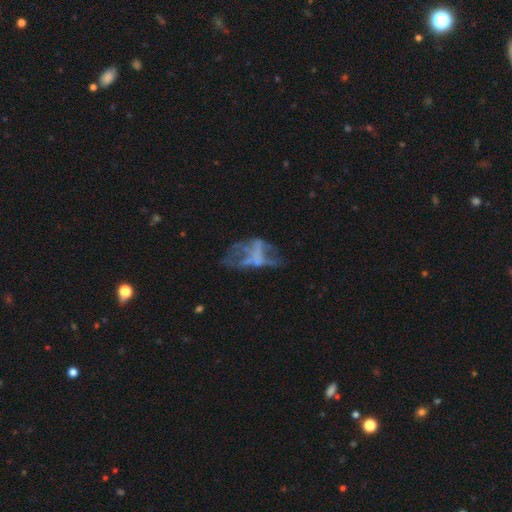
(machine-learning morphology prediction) Smooth or featured? featured or disk (62%)
Edge-on disk? no (96%)
Bar? no (81%)
Spiral arms? no (86%)
Bulge size? none (80%)
Merging? major disturbance (44%)